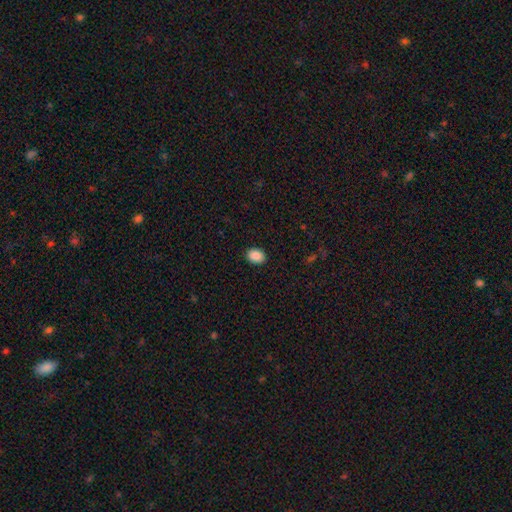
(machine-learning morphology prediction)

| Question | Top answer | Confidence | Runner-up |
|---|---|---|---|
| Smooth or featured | smooth | 88% | star or artifact (8%) |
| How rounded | in between | 67% | round (32%) |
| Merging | none | 90% | minor disturbance (7%) |